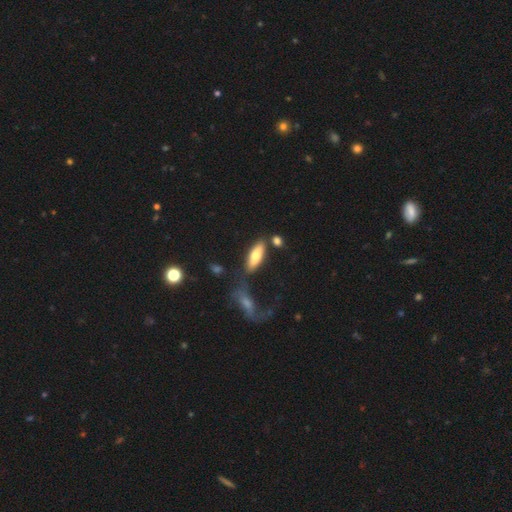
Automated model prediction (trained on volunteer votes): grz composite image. It shows a smooth galaxy with no disk features (71%) that is in between round and cigar-shaped (63%). Merging: none (71%).